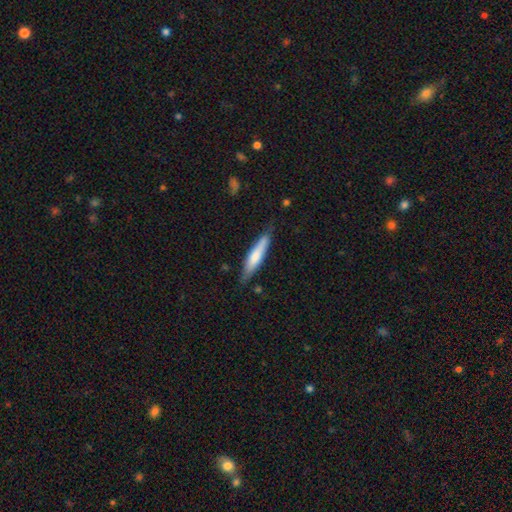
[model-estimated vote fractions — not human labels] The model was most divided on "smooth or featured": smooth: 66%, featured or disk: 28%, star or artifact: 5%. More confident: how rounded — cigar-shaped (82%); merging — none (75%).